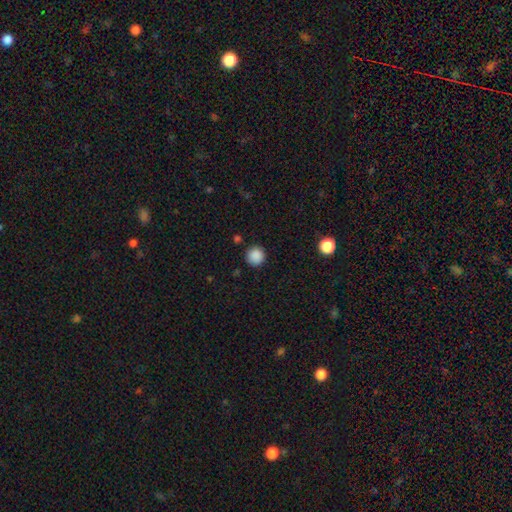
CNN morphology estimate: type=smooth (88%); roundness=round (95%); merging=none (89%).